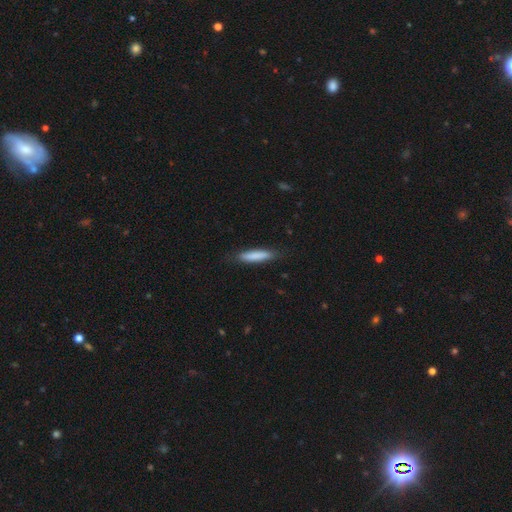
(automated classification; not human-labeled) Smooth or featured? smooth (82%)
How rounded? cigar-shaped (84%)
Merging? none (85%)